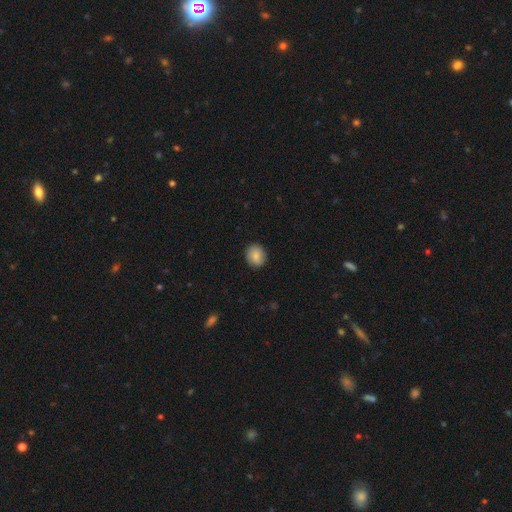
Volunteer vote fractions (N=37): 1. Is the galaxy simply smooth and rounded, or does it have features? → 92% smooth, 5% star or artifact, 3% featured or disk.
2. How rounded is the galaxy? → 76% round, 24% in between, 0% cigar-shaped.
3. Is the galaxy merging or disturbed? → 94% none, 3% minor disturbance, 3% major disturbance, 0% merger.